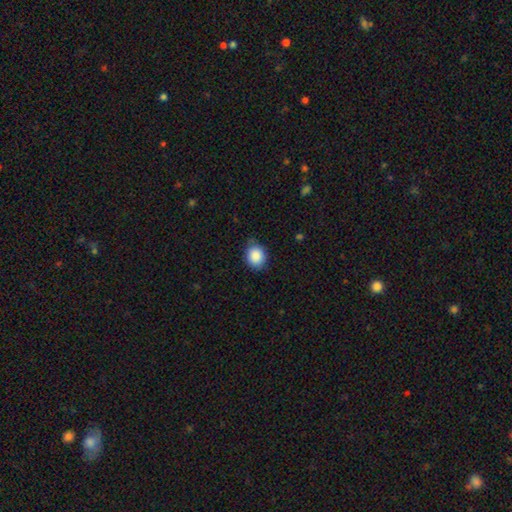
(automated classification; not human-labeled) Smooth or featured?
  - smooth: 88% *
  - star or artifact: 8%
  - featured or disk: 4%
How rounded?
  - round: 71% *
  - in between: 28%
  - cigar-shaped: 1%
Merging?
  - none: 79% *
  - minor disturbance: 16%
  - major disturbance: 3%
  - merger: 1%